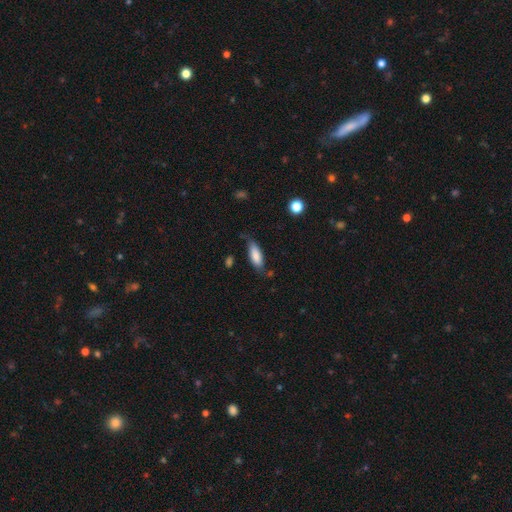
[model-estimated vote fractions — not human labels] The model was most divided on "how rounded": in between: 68%, cigar-shaped: 30%, round: 2%. More confident: smooth or featured — smooth (82%); merging — none (66%).